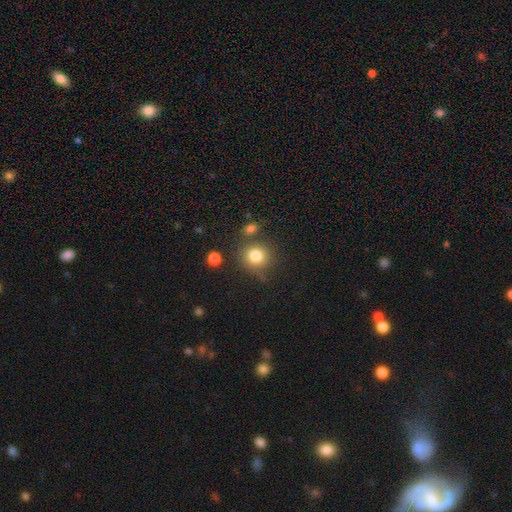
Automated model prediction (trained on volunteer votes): Q: Smooth or featured?
A: smooth (80%); runner-up: star or artifact (12%)
Q: How rounded?
A: round (89%); runner-up: in between (10%)
Q: Merging?
A: none (72%); runner-up: minor disturbance (14%)